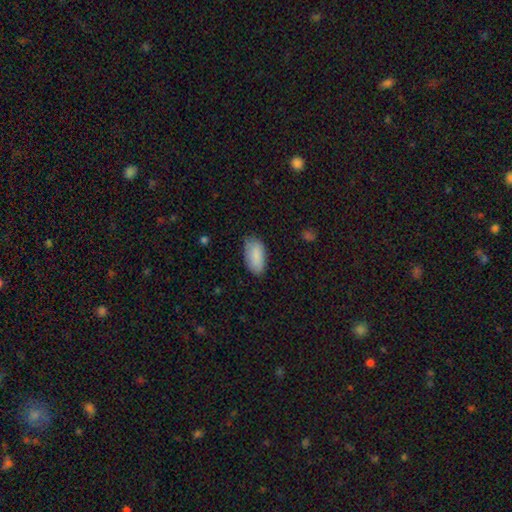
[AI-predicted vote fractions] Morphology: type=smooth (87%); roundness=in between (94%); merging=none (78%).